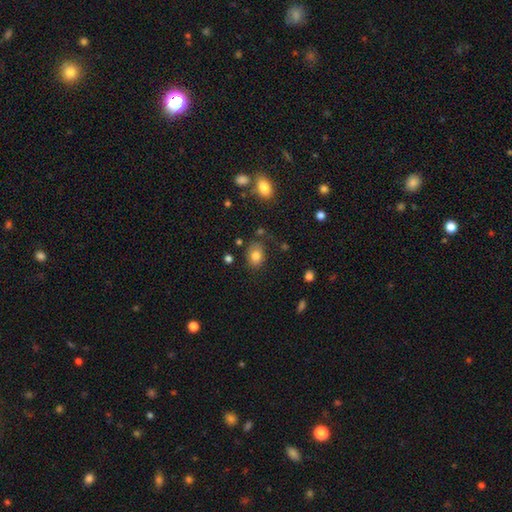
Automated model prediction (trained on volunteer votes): A smooth galaxy with no disk features (80%) that is in between round and cigar-shaped (65%).

Vote fractions:
- Smooth or featured? smooth: 80% / star or artifact: 11% / featured or disk: 9%
- How rounded? in between: 65% / round: 34% / cigar-shaped: 1%
- Merging? none: 73% / minor disturbance: 18% / major disturbance: 6% / merger: 4%